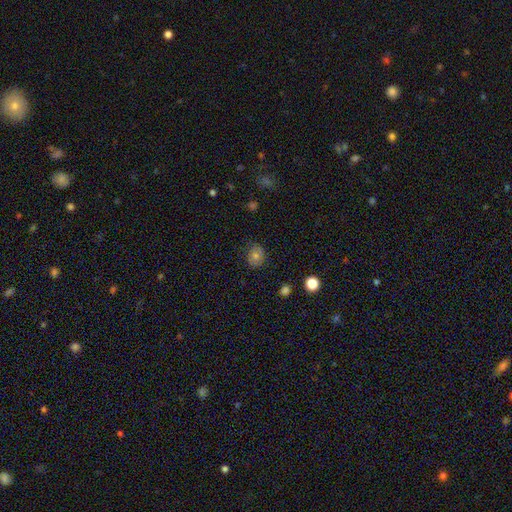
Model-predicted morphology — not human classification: smooth_or_featured: smooth (p=0.68) [alt: featured or disk p=0.17]
how_rounded: round (p=0.69) [alt: in between p=0.30]
merging: none (p=0.78) [alt: minor disturbance p=0.17]